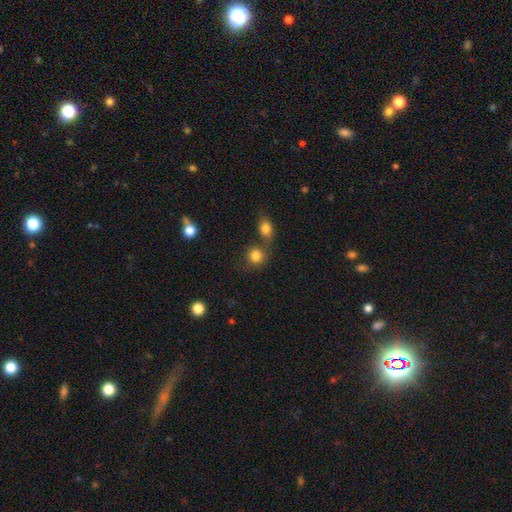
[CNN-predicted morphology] smooth-or-featured: smooth: 82% | star or artifact: 11% | featured or disk: 6%
  how-rounded: round: 85% | in between: 14% | cigar-shaped: 1%
  merging: none: 56% | merger: 32% | minor disturbance: 9% | major disturbance: 4%